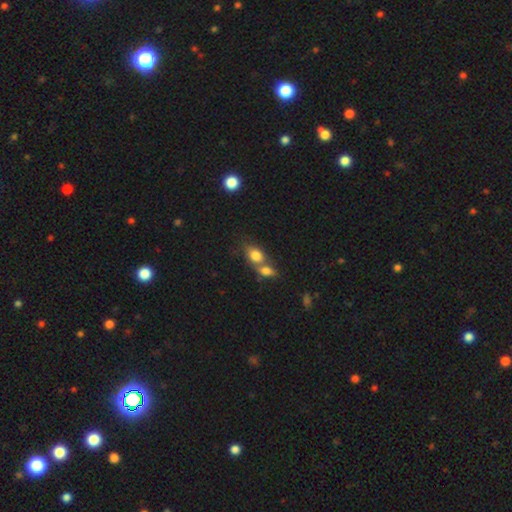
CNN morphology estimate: smooth 79%, featured or disk 11%, star or artifact 10%. Down the decision tree: how rounded — in between (69%); merging — merger (57%).